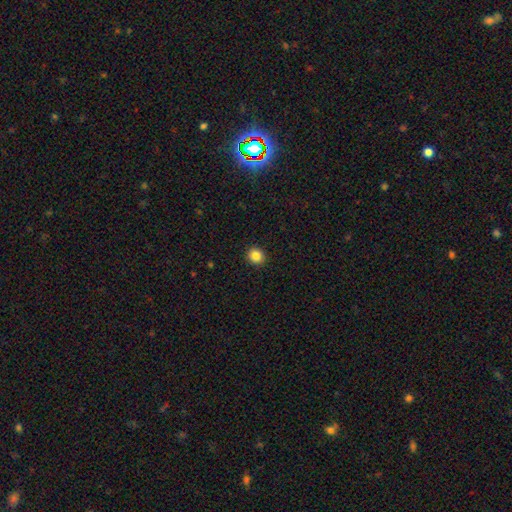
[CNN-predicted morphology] type=smooth (85%); roundness=round (86%); merging=none (92%).